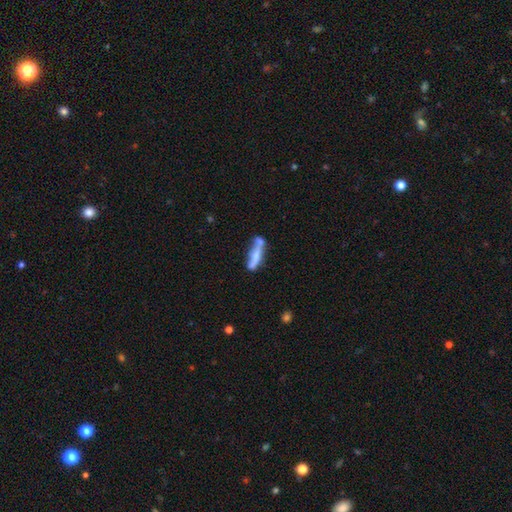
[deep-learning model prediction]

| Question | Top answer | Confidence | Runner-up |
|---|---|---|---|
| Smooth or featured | smooth | 57% | featured or disk (35%) |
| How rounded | cigar-shaped | 75% | in between (23%) |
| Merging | none | 39% | merger (28%) |